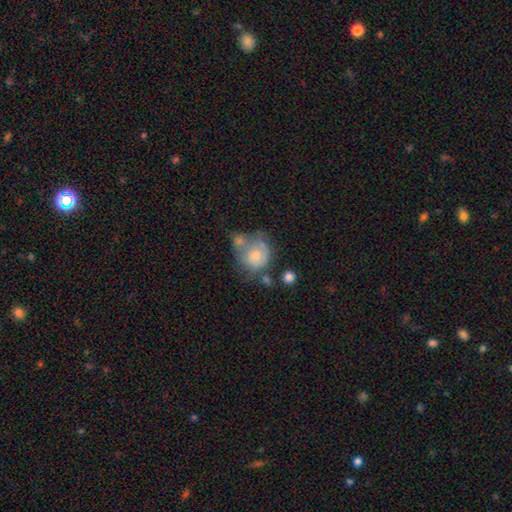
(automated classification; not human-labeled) smooth 60%, featured or disk 32%, star or artifact 8%. Down the decision tree: how rounded — round (76%); merging — merger (38%).